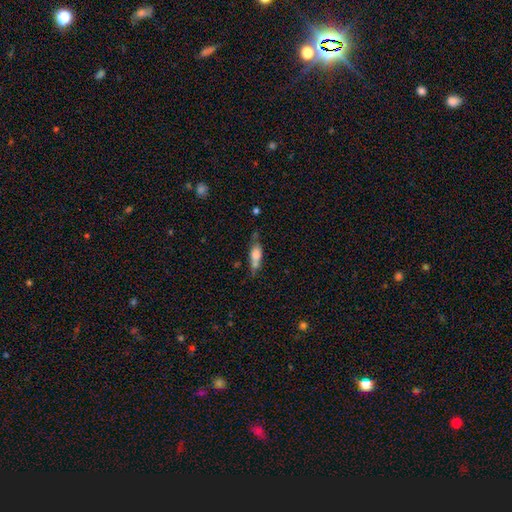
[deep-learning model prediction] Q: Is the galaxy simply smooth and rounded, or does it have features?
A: smooth — 66%.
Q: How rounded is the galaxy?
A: in between — 55%.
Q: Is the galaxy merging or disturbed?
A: none — 44%.